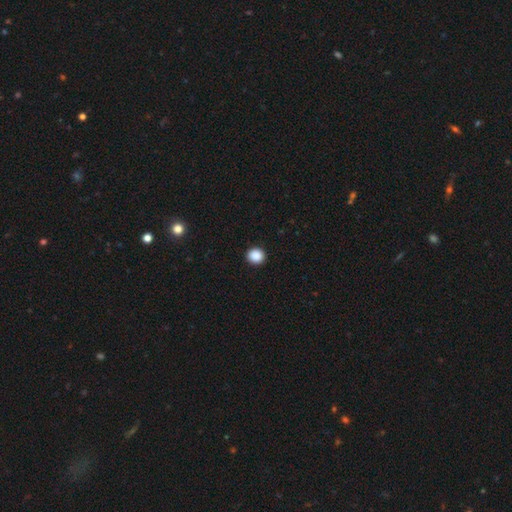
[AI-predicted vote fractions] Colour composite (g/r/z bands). It shows a smooth galaxy with no disk features (89%) that is round (90%). Merging: none (93%).